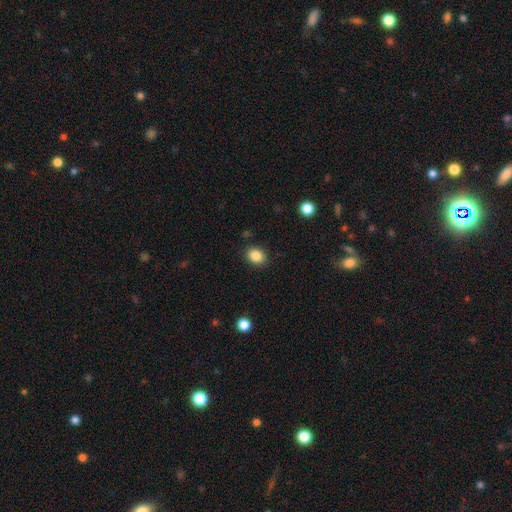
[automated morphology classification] smooth 86%, star or artifact 10%, featured or disk 5%. Down the decision tree: how rounded — round (55%); merging — none (88%).